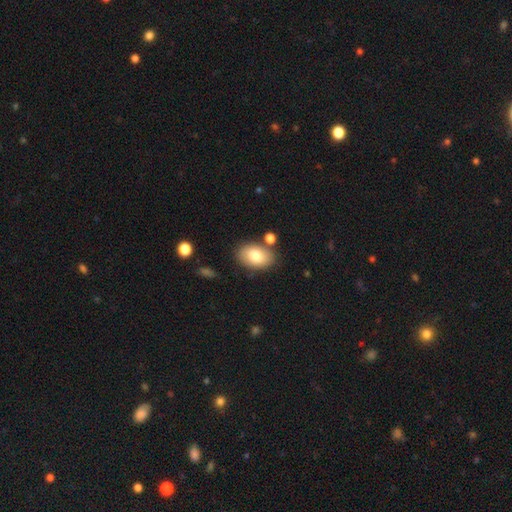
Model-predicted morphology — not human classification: smooth_or_featured: smooth (p=0.80) [alt: featured or disk p=0.13]
how_rounded: in between (p=0.88) [alt: round p=0.11]
merging: none (p=0.77) [alt: minor disturbance p=0.13]